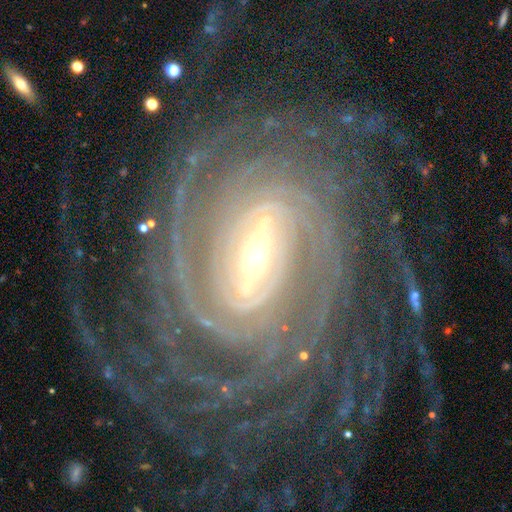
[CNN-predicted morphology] The model was most divided on "spiral arm count" (2-way tie): can't tell: 20%, 4: 20%, 2: 19%, more than 4: 18%, 3: 14%, 1: 9%. More confident: spiral arms — yes (98%); edge-on disk — no (96%); smooth or featured — featured or disk (92%); spiral winding — tight (74%); merging — none (72%); bar — strong (63%); bulge size — small (54%).